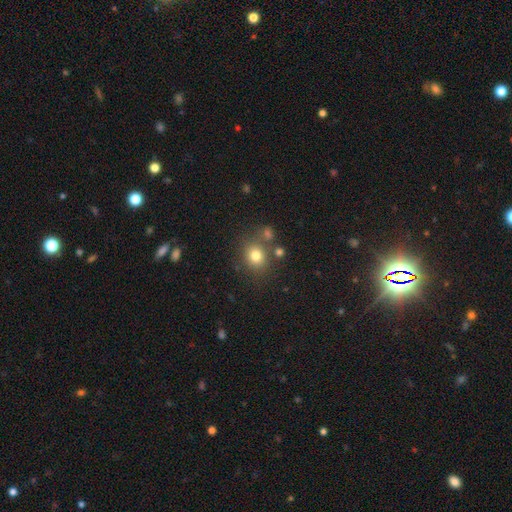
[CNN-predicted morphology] smooth_or_featured: smooth (p=0.77) [alt: star or artifact p=0.14]
how_rounded: round (p=0.74) [alt: in between p=0.25]
merging: none (p=0.73) [alt: merger p=0.11]